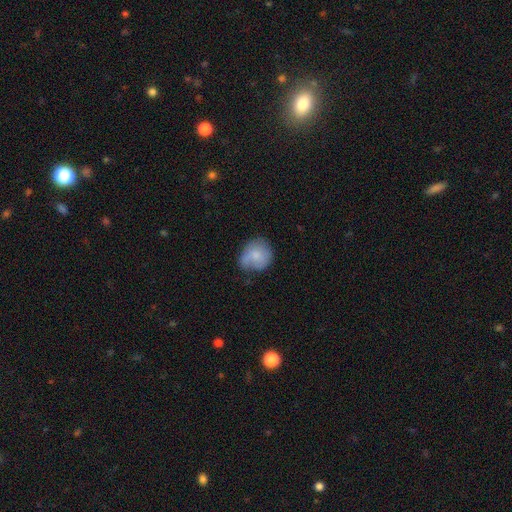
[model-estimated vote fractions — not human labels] The model was most divided on "merging": none: 53%, minor disturbance: 32%, major disturbance: 12%, merger: 2%. More confident: how rounded — round (75%); smooth or featured — smooth (70%).